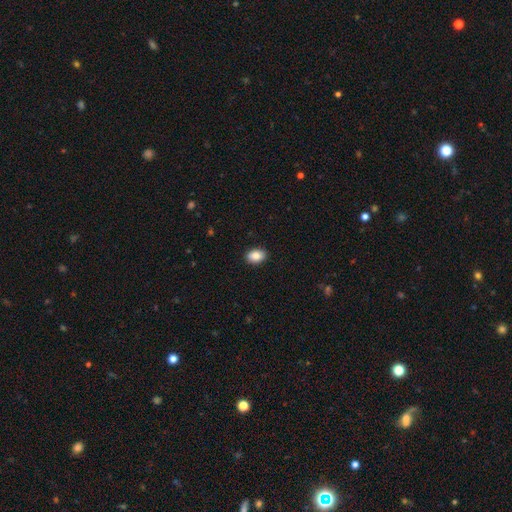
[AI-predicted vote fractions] This appears to be a smooth galaxy with no disk features (85%) that is in between round and cigar-shaped (79%). Merging: none (90%).